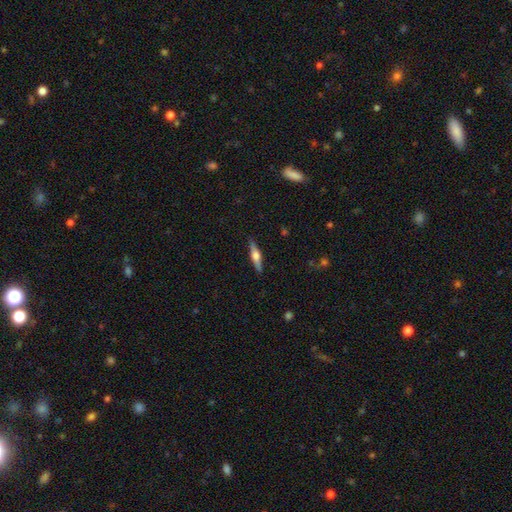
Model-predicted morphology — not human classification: This appears to be a featured or disk galaxy (65%) viewed edge-on (97%) with a rounded central bulge (92%). Merging: none (90%).